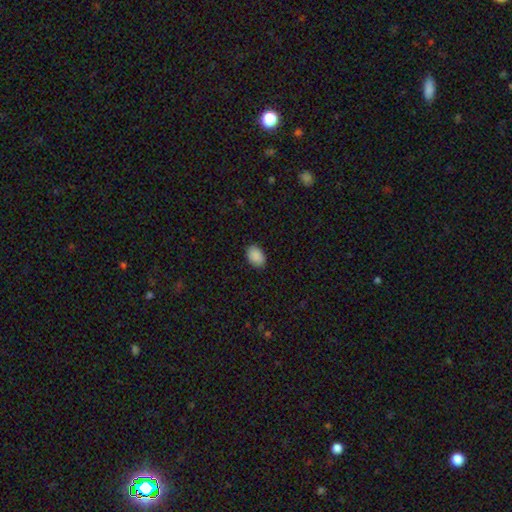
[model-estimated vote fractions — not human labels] This is clearly a smooth galaxy (90%). How rounded: clearly in between (83%). Merging: clearly none (88%).